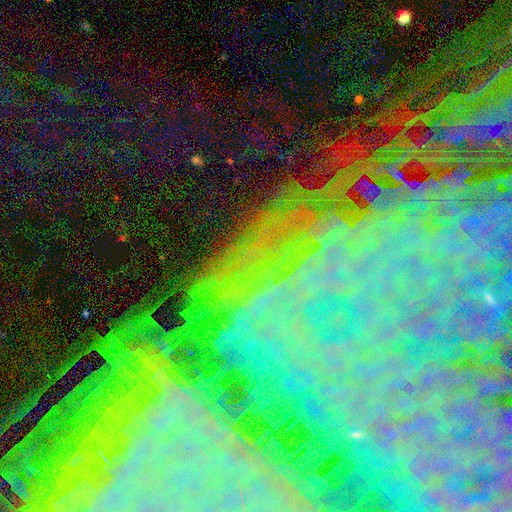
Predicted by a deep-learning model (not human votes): A star or artifact, not a galaxy (59%).